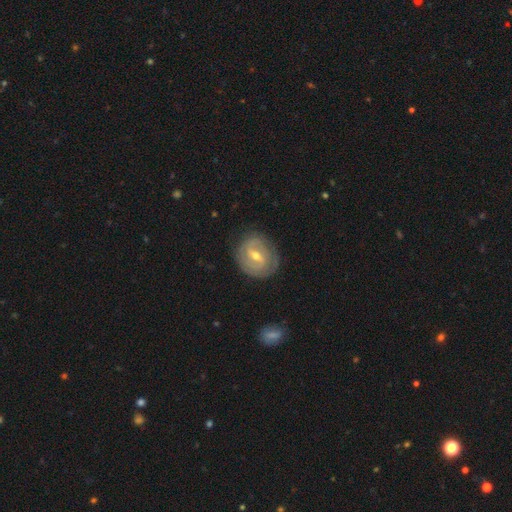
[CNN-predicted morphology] featured or disk 79%, smooth 16%, star or artifact 6%. Down the decision tree: edge-on disk — no (96%); bar — weak (53%); spiral arms — yes (86%); spiral arm count — 2 (60%); spiral winding — tight (63%); bulge size — moderate (58%); merging — none (79%).